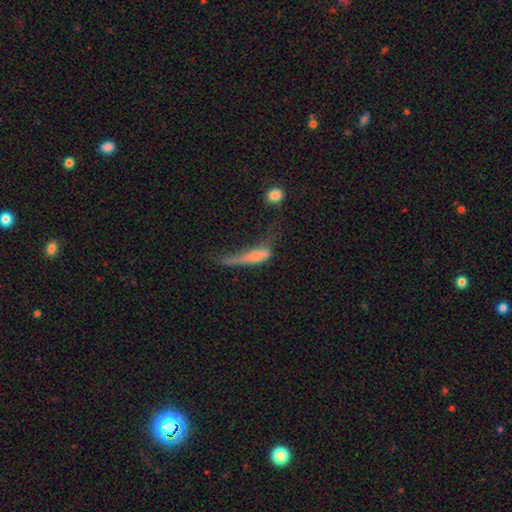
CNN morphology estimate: Smooth or featured? smooth (57%)
How rounded? cigar-shaped (66%)
Merging? major disturbance (49%)